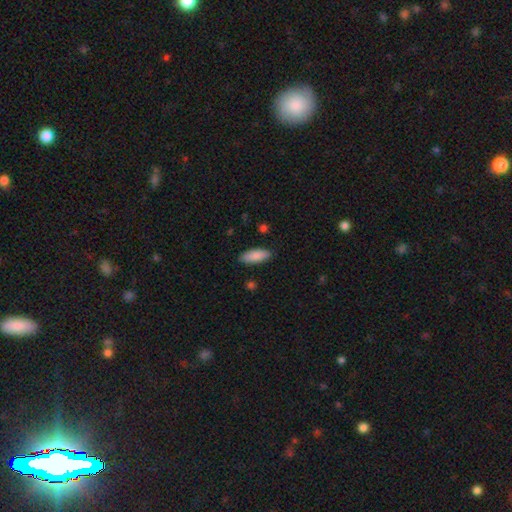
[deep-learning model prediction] smooth-or-featured: smooth: 88% | featured or disk: 7% | star or artifact: 6%
  how-rounded: in between: 73% | cigar-shaped: 25% | round: 2%
  merging: none: 88% | minor disturbance: 9% | major disturbance: 2% | merger: 1%